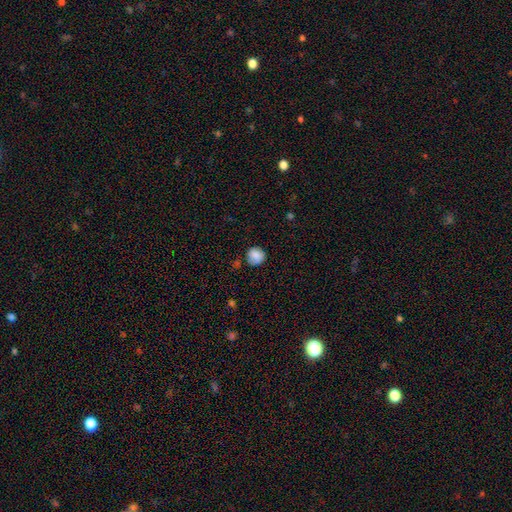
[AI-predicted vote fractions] Morphology: type=smooth (84%); roundness=round (86%); merging=none (73%).